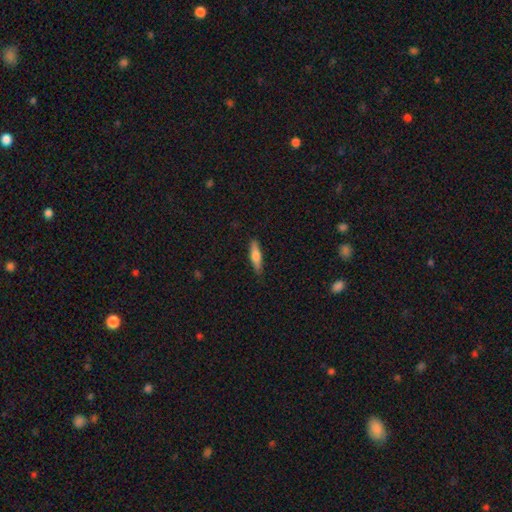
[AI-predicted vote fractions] A smooth galaxy with no disk features (66%) that is cigar-shaped (72%).

Vote fractions:
- Smooth or featured? smooth: 66% / featured or disk: 28% / star or artifact: 6%
- How rounded? cigar-shaped: 72% / in between: 26% / round: 2%
- Merging? none: 86% / minor disturbance: 11% / major disturbance: 2% / merger: 1%